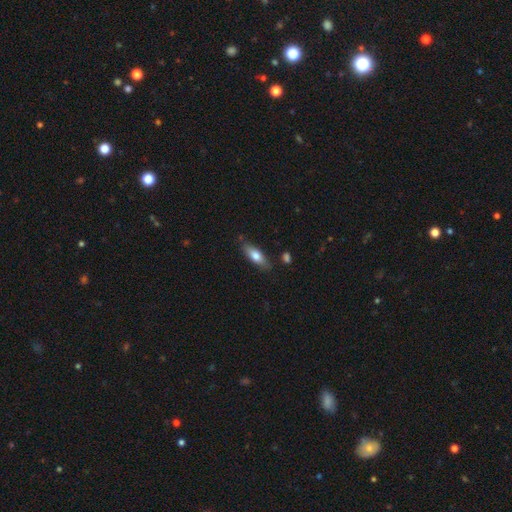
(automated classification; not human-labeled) Overall: smooth (71%). How rounded: in between (62%; cigar-shaped 36%). Merging: none (80%).